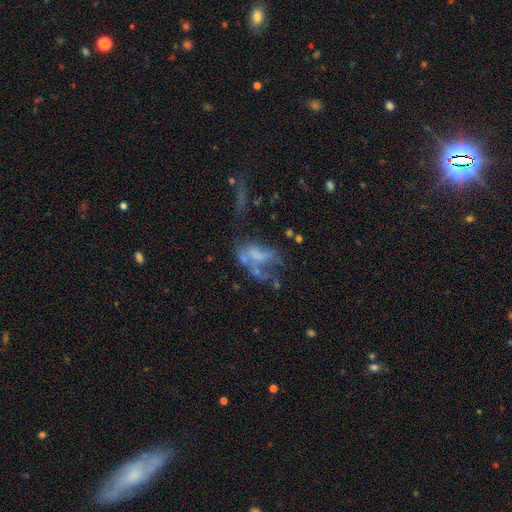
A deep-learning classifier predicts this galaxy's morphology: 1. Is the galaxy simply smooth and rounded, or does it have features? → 55% featured or disk, 29% smooth, 16% star or artifact.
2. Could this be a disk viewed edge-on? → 96% no, 4% yes.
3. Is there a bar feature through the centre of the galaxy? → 81% no, 14% weak, 5% strong.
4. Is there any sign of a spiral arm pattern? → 80% no, 20% yes.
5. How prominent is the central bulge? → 63% none, 15% moderate, 15% small, 5% large, 2% dominant.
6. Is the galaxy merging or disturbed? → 42% major disturbance, 23% merger, 21% none, 14% minor disturbance.